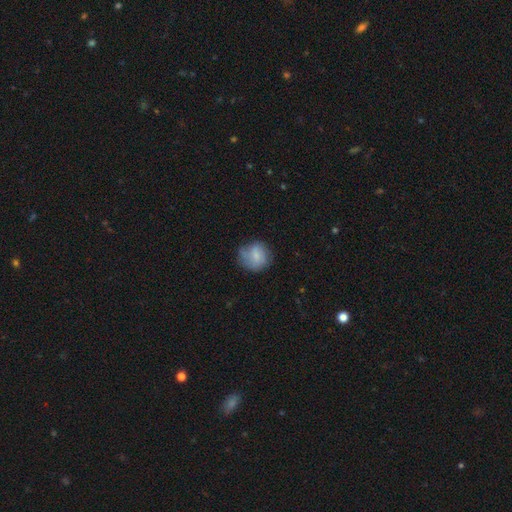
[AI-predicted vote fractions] Smooth or featured: smooth — 73% (featured or disk — 19%)
How rounded: round — 83% (in between — 16%)
Merging: none — 57% (minor disturbance — 28%)